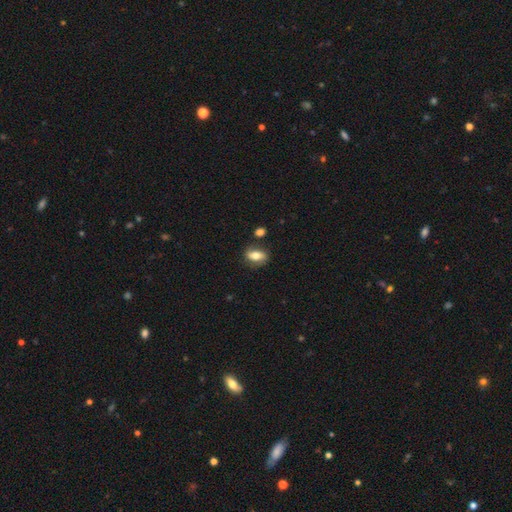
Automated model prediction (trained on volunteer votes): Smooth or featured: smooth — 69% (featured or disk — 23%)
How rounded: in between — 84% (round — 10%)
Merging: none — 74% (minor disturbance — 16%)